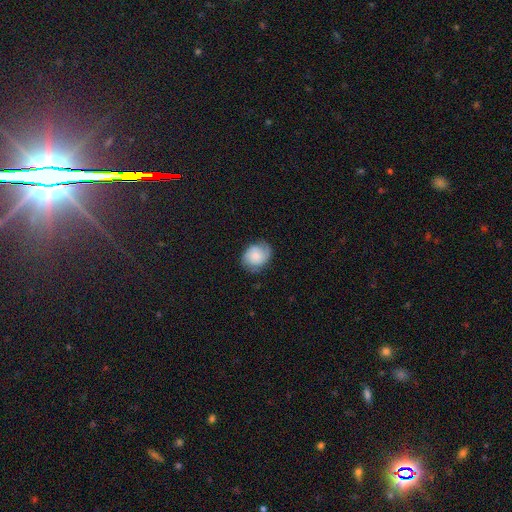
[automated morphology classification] This is possibly a smooth galaxy (51%). How rounded: possibly in between (50%). Merging: likely none (66%).